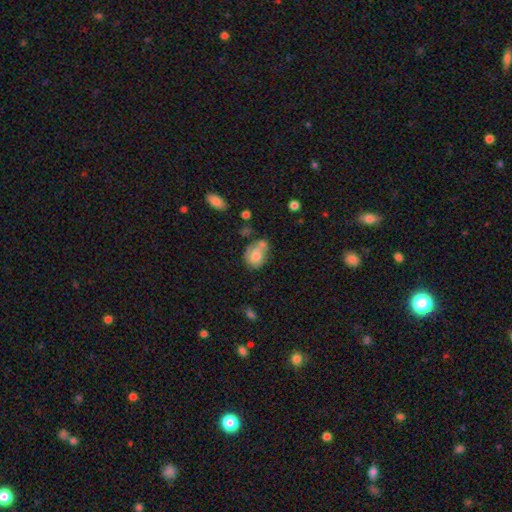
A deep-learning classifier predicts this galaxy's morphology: Smooth or featured?
  - smooth: 66% *
  - featured or disk: 26%
  - star or artifact: 8%
How rounded?
  - in between: 54% *
  - round: 45%
  - cigar-shaped: 1%
Merging?
  - merger: 33% *
  - none: 32%
  - minor disturbance: 22%
  - major disturbance: 12%